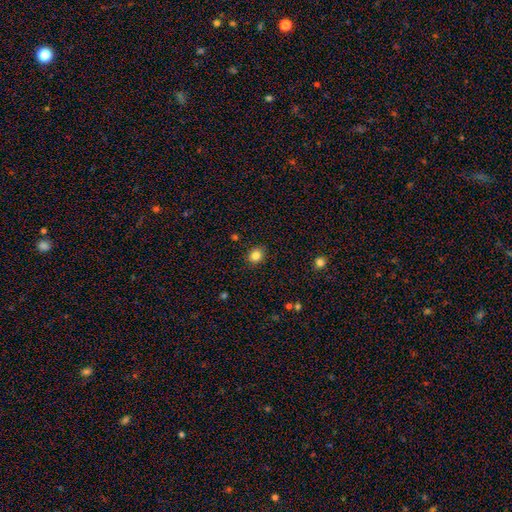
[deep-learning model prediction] Smooth or featured?
  - smooth: 84% *
  - star or artifact: 11%
  - featured or disk: 5%
How rounded?
  - round: 66% *
  - in between: 34%
  - cigar-shaped: 1%
Merging?
  - none: 89% *
  - minor disturbance: 8%
  - major disturbance: 2%
  - merger: 1%